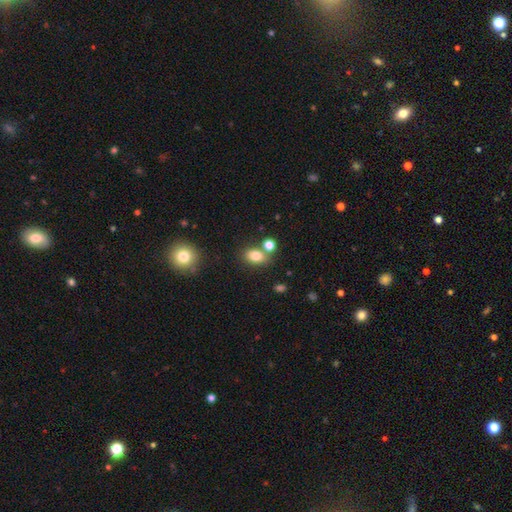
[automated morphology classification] type=smooth (82%); roundness=in between (79%); merging=none (64%).